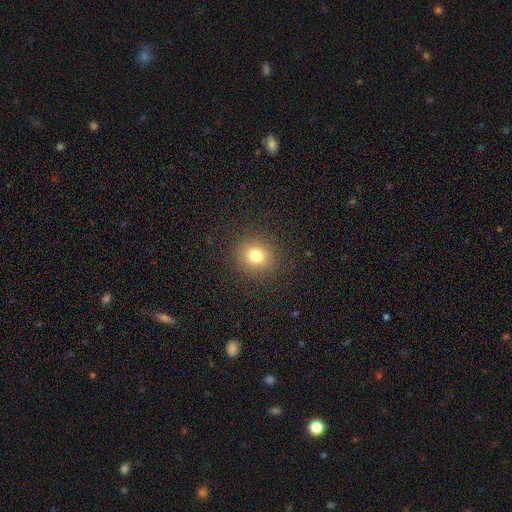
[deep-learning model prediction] The model was most divided on "smooth or featured": smooth: 77%, star or artifact: 15%, featured or disk: 8%. More confident: merging — none (90%); how rounded — round (86%).